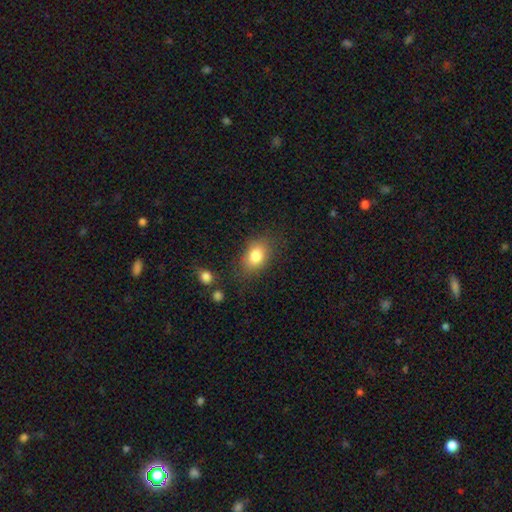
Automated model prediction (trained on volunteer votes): Q: Smooth or featured?
A: smooth (81%); runner-up: featured or disk (10%)
Q: How rounded?
A: in between (73%); runner-up: round (26%)
Q: Merging?
A: none (74%); runner-up: minor disturbance (17%)